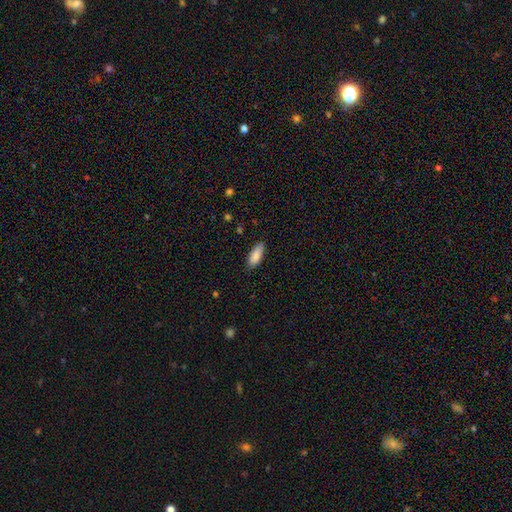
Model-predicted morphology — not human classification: This is clearly a smooth galaxy (88%). How rounded: likely in between (76%). Merging: clearly none (82%).